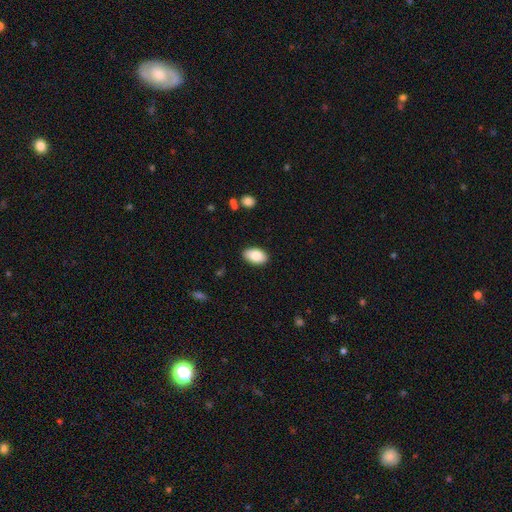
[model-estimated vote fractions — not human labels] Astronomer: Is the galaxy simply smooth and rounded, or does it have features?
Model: smooth — 87%.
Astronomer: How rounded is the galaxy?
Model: in between — 94%.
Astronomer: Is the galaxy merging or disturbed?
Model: none — 88%.